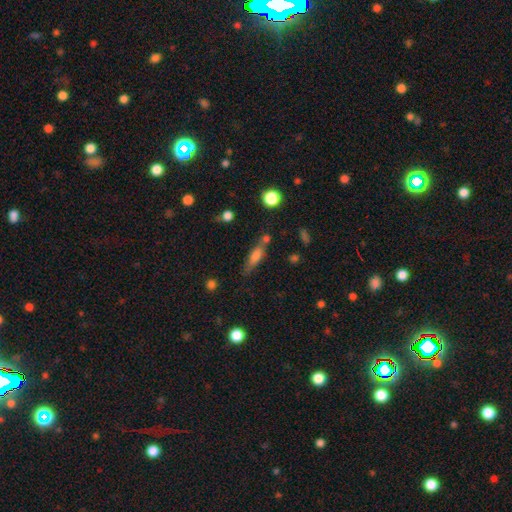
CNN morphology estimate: Smooth or featured? smooth (62%)
How rounded? cigar-shaped (54%)
Merging? none (59%)